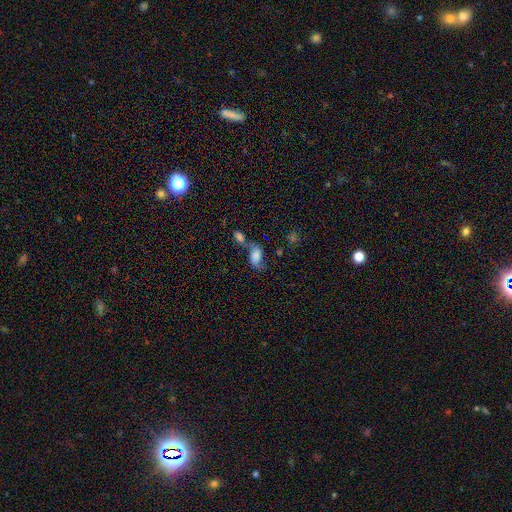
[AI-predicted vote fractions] This is likely a smooth galaxy (64%). How rounded: clearly in between (89%). Merging: marginally merger (42%).